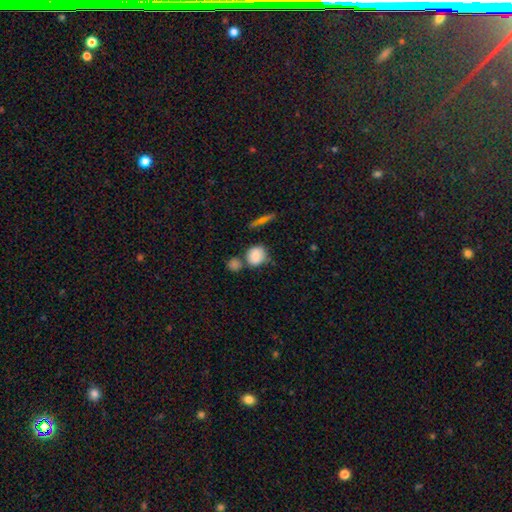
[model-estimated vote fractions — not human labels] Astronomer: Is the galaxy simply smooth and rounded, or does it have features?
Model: smooth — 81%.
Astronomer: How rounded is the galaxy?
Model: round — 69%.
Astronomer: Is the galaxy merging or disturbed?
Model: none — 53%.